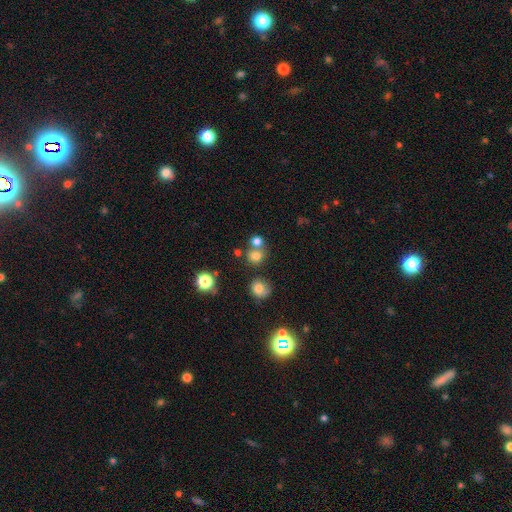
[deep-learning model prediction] A smooth galaxy with no disk features (75%) that is round (81%). Merging: none (55%).